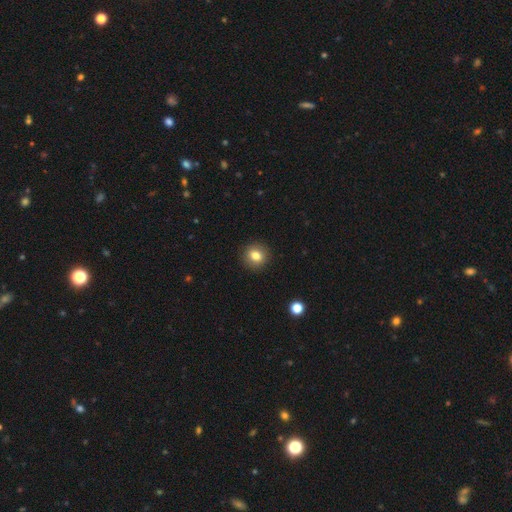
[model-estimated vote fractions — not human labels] This appears to be a smooth galaxy with no disk features (81%) that is round (88%). Merging: none (92%).